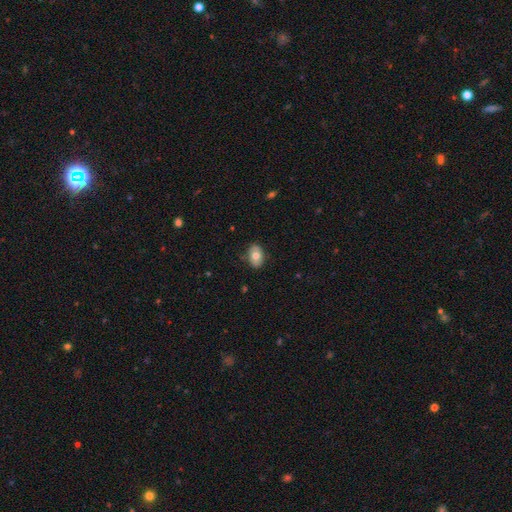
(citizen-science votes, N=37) A smooth galaxy with no disk features (76%) that is in between round and cigar-shaped (93%). Merging: none (80%).